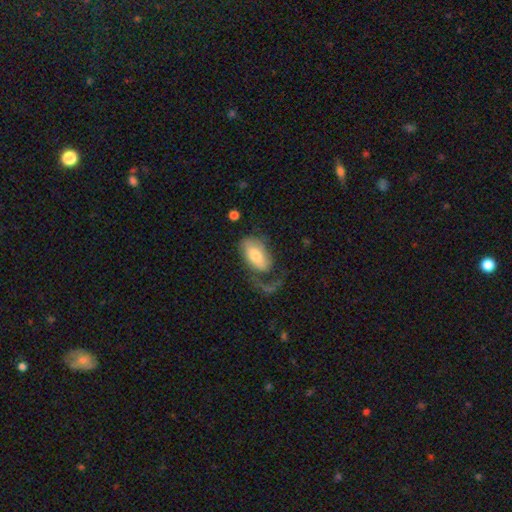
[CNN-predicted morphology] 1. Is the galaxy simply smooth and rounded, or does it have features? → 54% smooth, 40% featured or disk, 6% star or artifact.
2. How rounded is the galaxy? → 92% in between, 5% round, 3% cigar-shaped.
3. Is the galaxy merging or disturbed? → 50% major disturbance, 30% none, 17% minor disturbance, 3% merger.